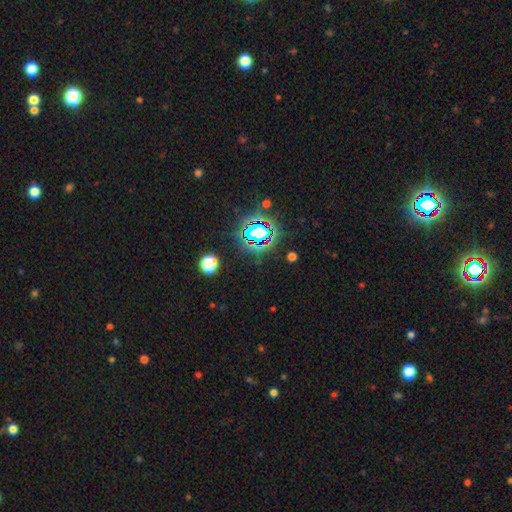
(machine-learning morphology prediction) Q: Smooth or featured?
A: star or artifact (82%); runner-up: smooth (10%)